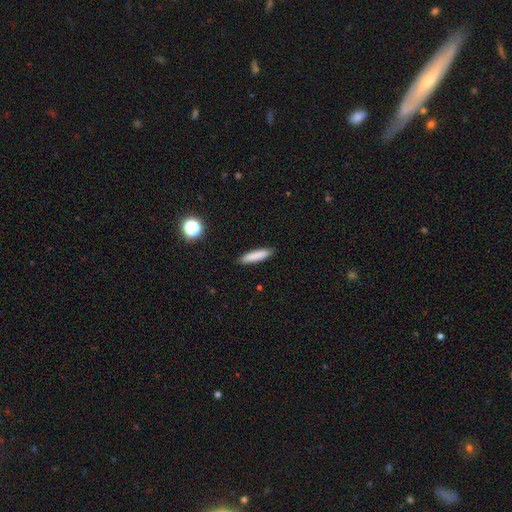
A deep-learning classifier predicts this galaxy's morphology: A smooth galaxy with no disk features (85%) that is cigar-shaped (81%). Merging: none (90%).